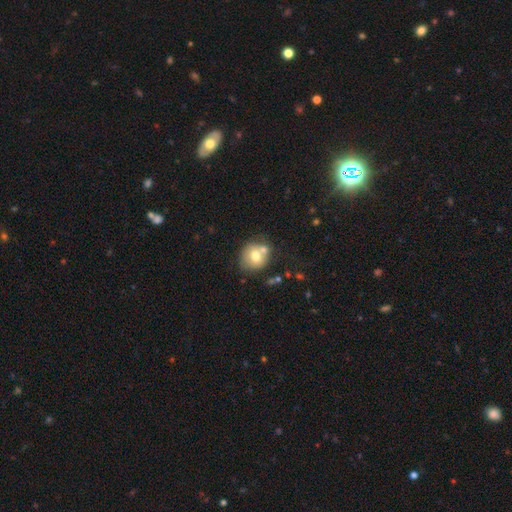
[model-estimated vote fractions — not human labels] A smooth galaxy with no disk features (70%) that is round (82%).

Vote fractions:
- Smooth or featured? smooth: 70% / featured or disk: 21% / star or artifact: 9%
- How rounded? round: 82% / in between: 18% / cigar-shaped: 1%
- Merging? none: 52% / merger: 30% / minor disturbance: 14% / major disturbance: 5%